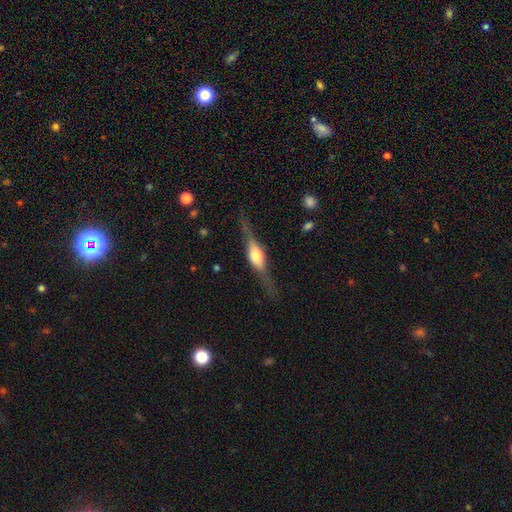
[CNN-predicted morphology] type=featured or disk (70%); edge-on=yes (95%); edge-on bulge=rounded (81%); merging=none (77%).